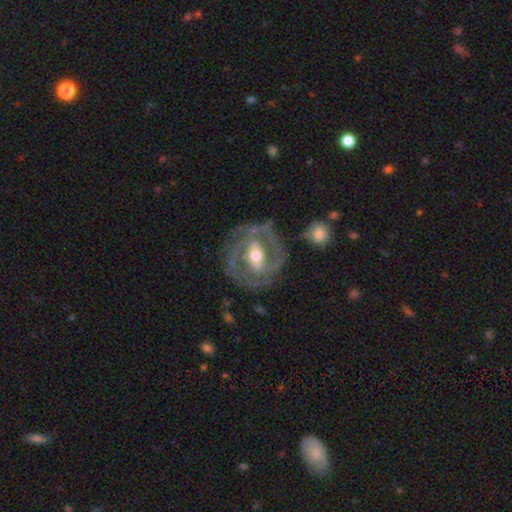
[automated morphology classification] Q: Smooth or featured?
A: featured or disk (85%); runner-up: smooth (11%)
Q: Edge-on disk?
A: no (96%); runner-up: yes (4%)
Q: Bar?
A: strong (48%); runner-up: weak (33%)
Q: Spiral arms?
A: yes (84%); runner-up: no (16%)
Q: Spiral winding?
A: tight (50%); runner-up: medium (39%)
Q: Spiral arm count?
A: 2 (72%); runner-up: can't tell (13%)
Q: Bulge size?
A: moderate (69%); runner-up: small (21%)
Q: Merging?
A: none (72%); runner-up: minor disturbance (15%)